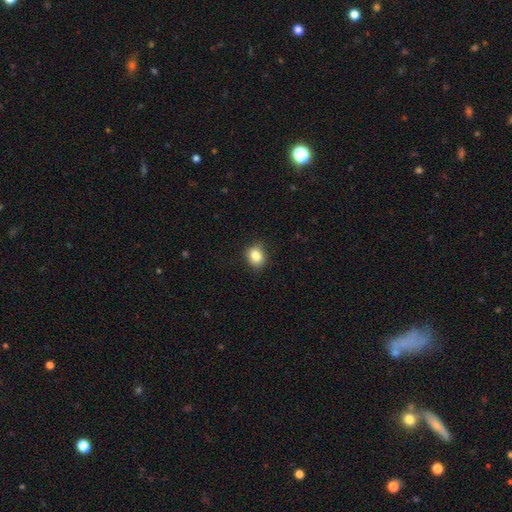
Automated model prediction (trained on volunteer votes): Smooth or featured? smooth (85%)
How rounded? round (56%)
Merging? none (81%)